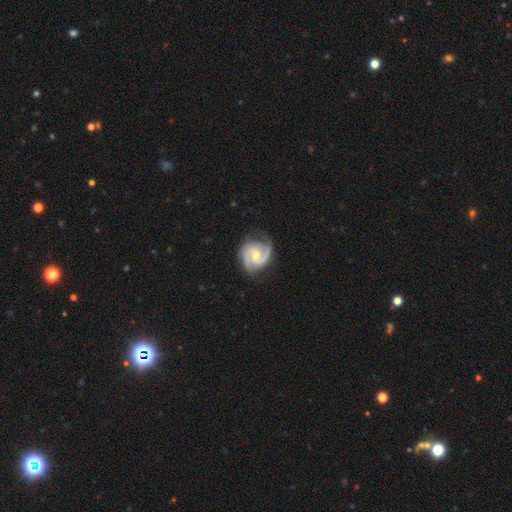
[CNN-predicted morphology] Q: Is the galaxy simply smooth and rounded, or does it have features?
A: featured or disk — 92%.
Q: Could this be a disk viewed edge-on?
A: no — 98%.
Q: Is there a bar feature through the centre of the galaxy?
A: no — 52%.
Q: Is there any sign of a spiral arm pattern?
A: yes — 98%.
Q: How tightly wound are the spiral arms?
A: medium — 50%.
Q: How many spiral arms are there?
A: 2 — 84%.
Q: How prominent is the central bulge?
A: moderate — 52%.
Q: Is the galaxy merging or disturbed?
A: none — 76%.